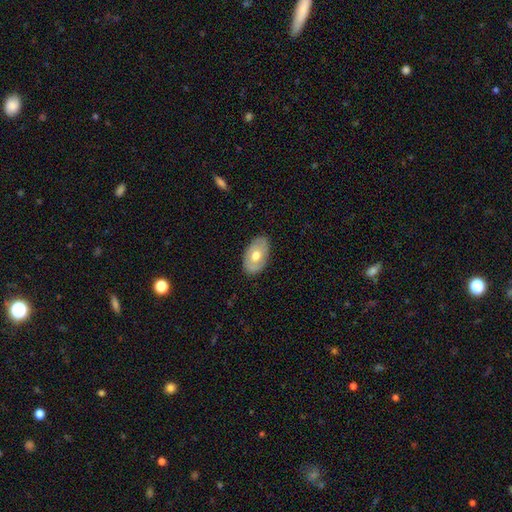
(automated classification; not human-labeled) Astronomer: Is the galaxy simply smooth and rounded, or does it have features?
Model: smooth — 59% (runner-up: featured or disk, 35%).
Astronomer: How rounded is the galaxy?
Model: in between — 91%.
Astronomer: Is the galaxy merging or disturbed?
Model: none — 83%.